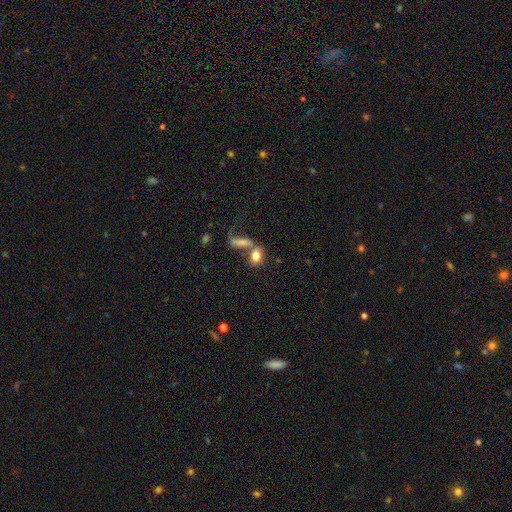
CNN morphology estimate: smooth-or-featured: smooth: 76% | featured or disk: 14% | star or artifact: 10%
  how-rounded: in between: 75% | round: 18% | cigar-shaped: 6%
  merging: merger: 50% | none: 31% | major disturbance: 10% | minor disturbance: 10%